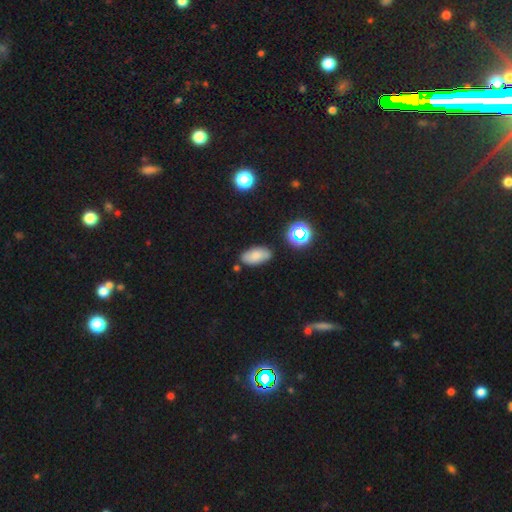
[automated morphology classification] smooth_or_featured: smooth (p=0.77) [alt: star or artifact p=0.12]
how_rounded: in between (p=0.93) [alt: round p=0.04]
merging: none (p=0.79) [alt: minor disturbance p=0.14]